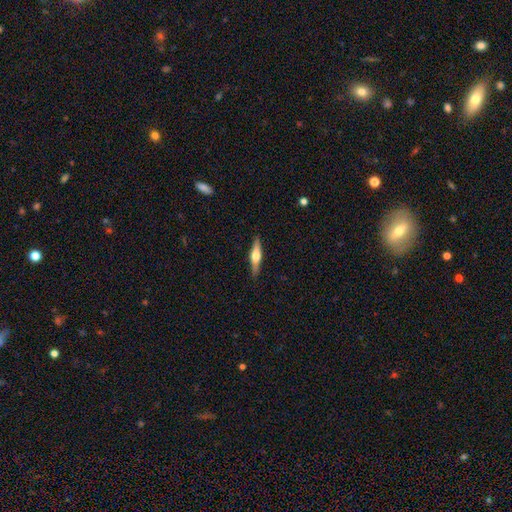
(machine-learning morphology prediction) This appears to be a featured or disk galaxy (60%) viewed edge-on (96%) with a rounded central bulge (93%). Merging: none (89%).